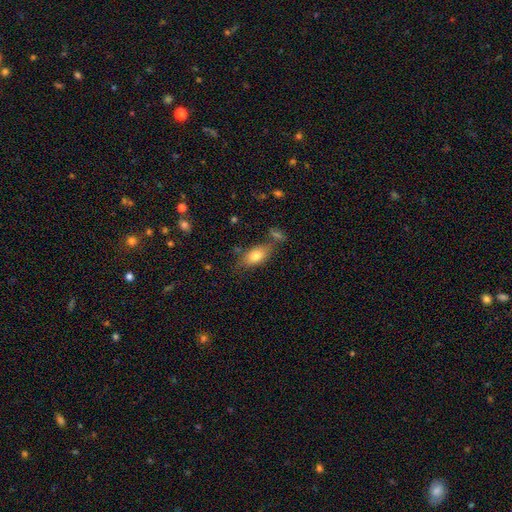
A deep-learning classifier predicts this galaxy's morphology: smooth-or-featured: smooth: 78% | featured or disk: 14% | star or artifact: 8%
  how-rounded: in between: 88% | cigar-shaped: 6% | round: 6%
  merging: none: 66% | minor disturbance: 17% | merger: 12% | major disturbance: 5%